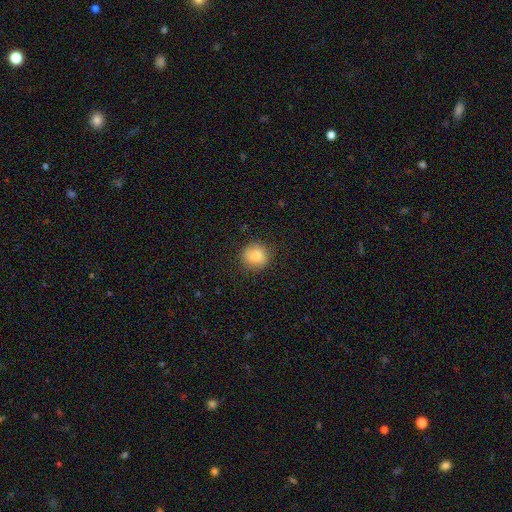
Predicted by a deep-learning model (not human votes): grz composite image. It shows a smooth galaxy with no disk features (85%) that is round (90%). Merging: none (85%).